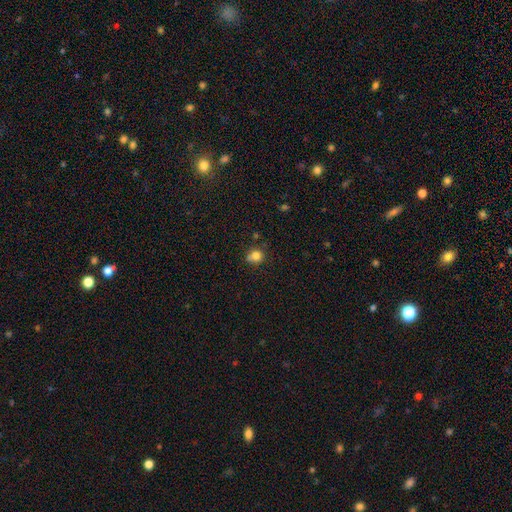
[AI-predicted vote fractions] smooth 80%, star or artifact 12%, featured or disk 7%. Down the decision tree: how rounded — round (81%); merging — none (60%).